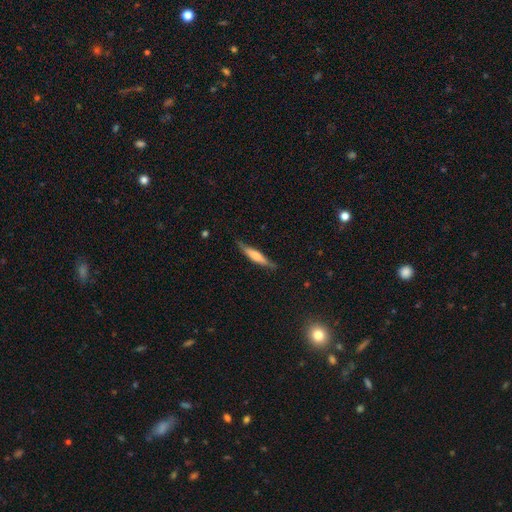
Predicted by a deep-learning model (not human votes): Morphology: type=smooth (59%); roundness=cigar-shaped (86%); merging=none (80%).